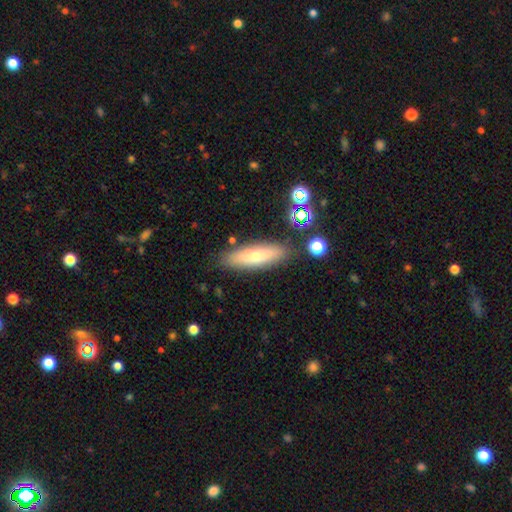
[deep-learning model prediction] The model was most divided on "how rounded": cigar-shaped: 59%, in between: 39%, round: 2%. More confident: merging — none (83%); smooth or featured — smooth (66%).